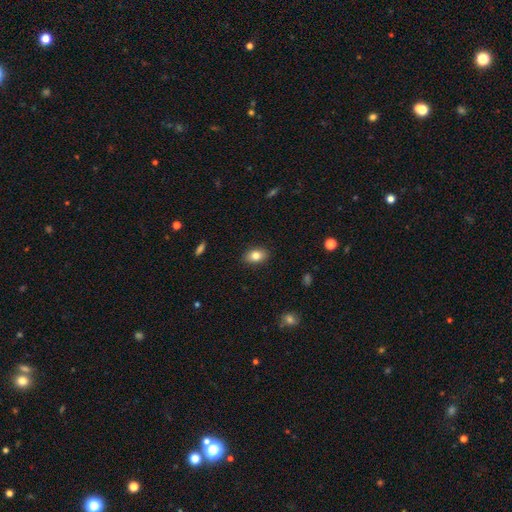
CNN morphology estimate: Smooth or featured? Predicted: smooth (p=0.82). How rounded? Predicted: in between (p=0.85). Merging? Predicted: none (p=0.88).